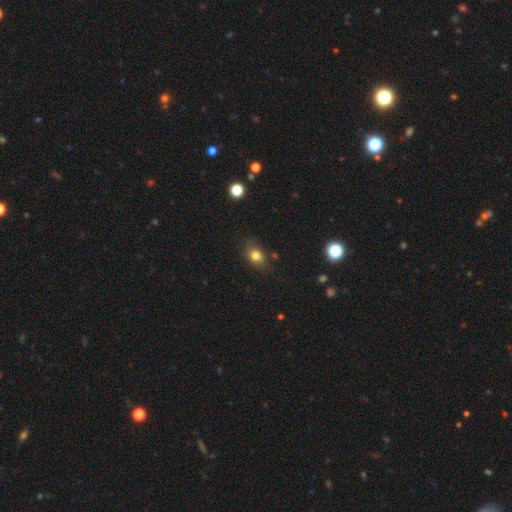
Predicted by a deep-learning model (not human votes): Smooth or featured: smooth — 79% (star or artifact — 12%)
How rounded: in between — 57% (round — 41%)
Merging: none — 74% (minor disturbance — 19%)